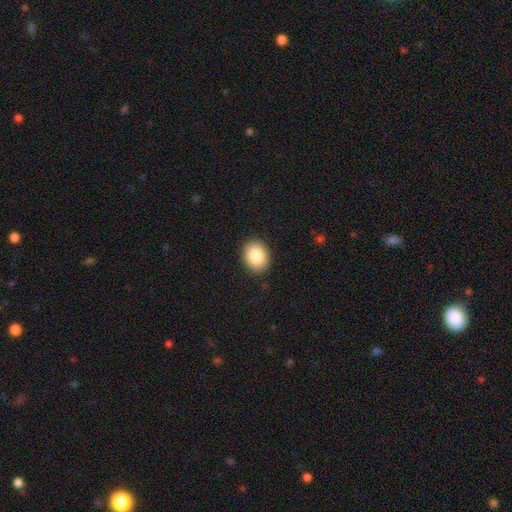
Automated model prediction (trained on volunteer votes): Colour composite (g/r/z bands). It shows a smooth galaxy with no disk features (85%) that is in between round and cigar-shaped (59%). Merging: none (90%).